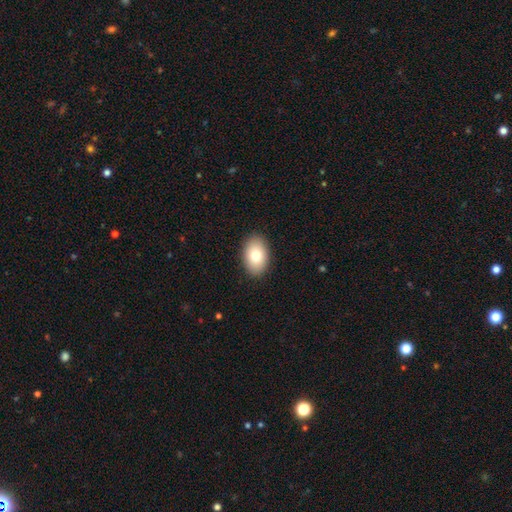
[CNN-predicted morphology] Smooth or featured?
  - smooth: 79% *
  - featured or disk: 14%
  - star or artifact: 8%
How rounded?
  - in between: 89% *
  - round: 10%
  - cigar-shaped: 1%
Merging?
  - none: 90% *
  - minor disturbance: 7%
  - major disturbance: 2%
  - merger: 1%